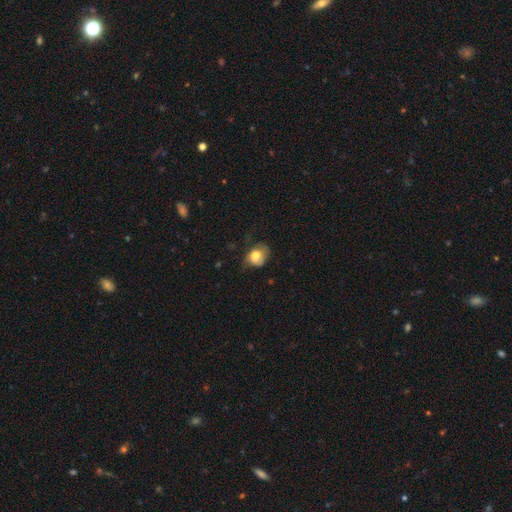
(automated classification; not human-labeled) Q: Smooth or featured?
A: smooth (72%); runner-up: featured or disk (19%)
Q: How rounded?
A: in between (53%); runner-up: round (46%)
Q: Merging?
A: none (46%); runner-up: minor disturbance (35%)